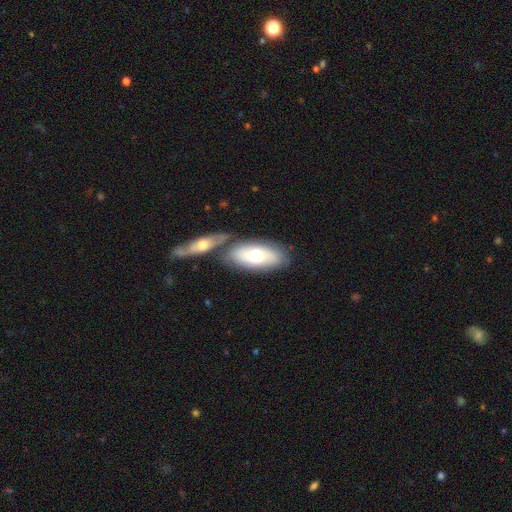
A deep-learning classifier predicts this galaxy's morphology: type=smooth (60%); roundness=in between (84%); merging=none (54%).